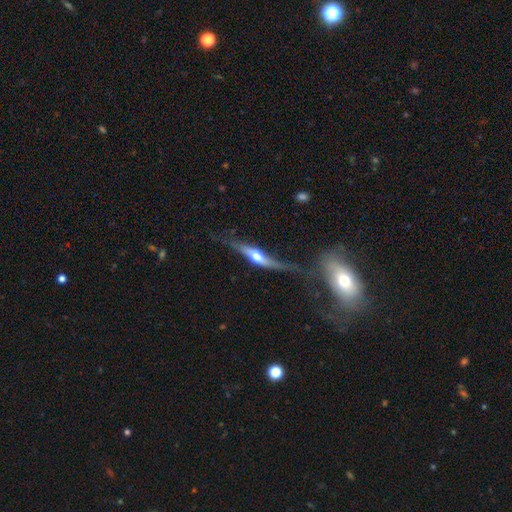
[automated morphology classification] Smooth or featured?
  - featured or disk: 64% *
  - smooth: 30%
  - star or artifact: 6%
Edge-on disk?
  - yes: 85% *
  - no: 15%
Edge-on bulge?
  - rounded: 88% *
  - boxy: 7%
  - none: 5%
Merging?
  - none: 44% *
  - minor disturbance: 25%
  - major disturbance: 21%
  - merger: 10%